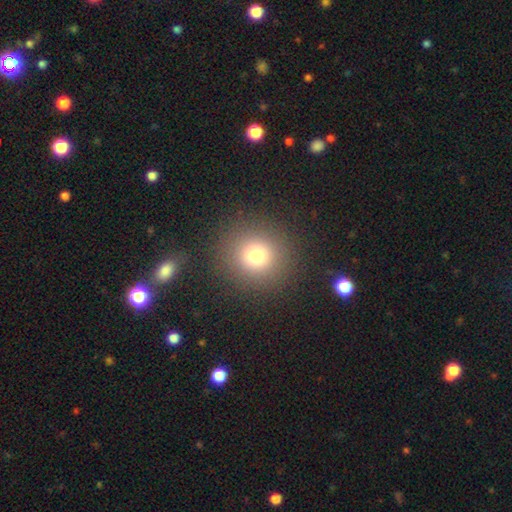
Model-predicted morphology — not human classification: type=smooth (75%); roundness=round (92%); merging=none (88%).